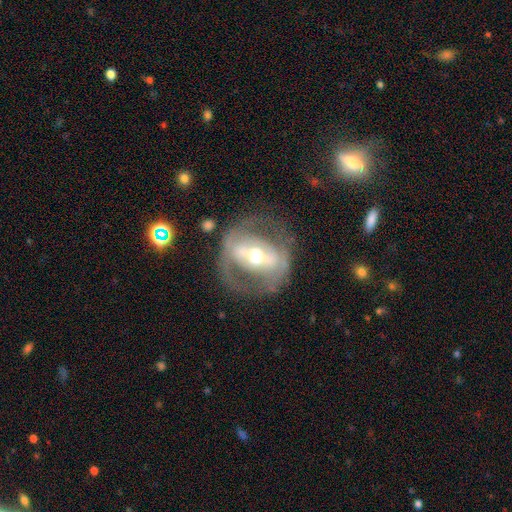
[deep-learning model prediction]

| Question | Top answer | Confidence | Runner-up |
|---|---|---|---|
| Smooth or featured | featured or disk | 77% | smooth (17%) |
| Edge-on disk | no | 92% | yes (8%) |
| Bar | strong | 55% | weak (26%) |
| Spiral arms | no | 51% | yes (49%) |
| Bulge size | moderate | 68% | small (19%) |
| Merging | none | 61% | major disturbance (19%) |